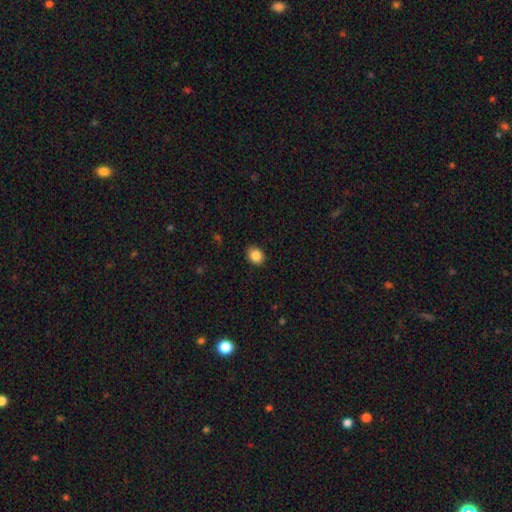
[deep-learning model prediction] This is clearly a smooth galaxy (86%). How rounded: possibly round (51%). Merging: clearly none (89%).